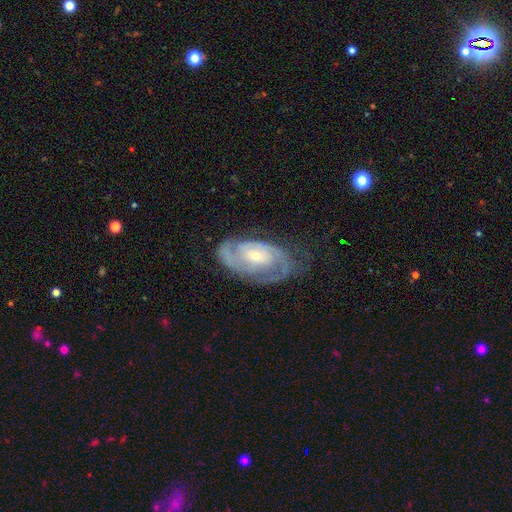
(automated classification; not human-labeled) Morphology: type=featured or disk (86%); edge-on=no (96%); bar=no (55%); spiral arms=yes (95%); winding=tight (61%); arm count=2 (64%); bulge=small (61%); merging=none (66%).